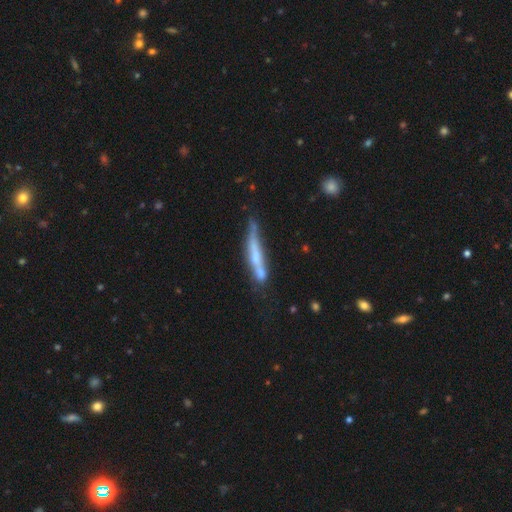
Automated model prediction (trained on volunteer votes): This appears to be a featured or disk galaxy (52%) viewed edge-on (78%). Merging: none (46%).